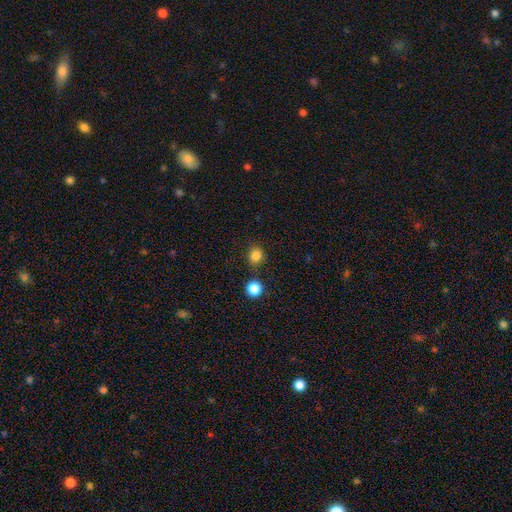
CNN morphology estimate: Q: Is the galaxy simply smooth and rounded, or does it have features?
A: smooth — 83%.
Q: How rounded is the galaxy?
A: round — 78%.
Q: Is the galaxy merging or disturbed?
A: none — 83%.